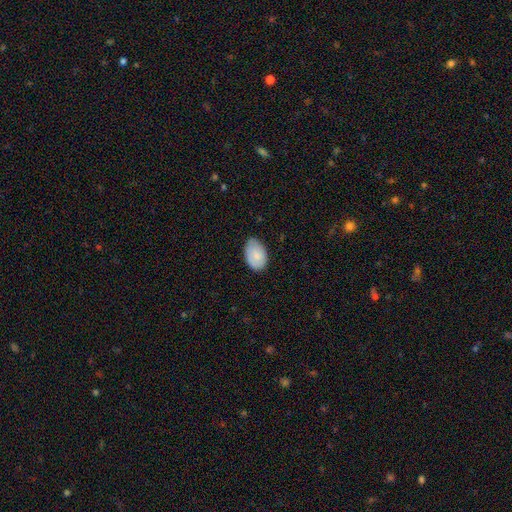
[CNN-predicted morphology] Smooth or featured? smooth (82%)
How rounded? in between (91%)
Merging? none (67%)